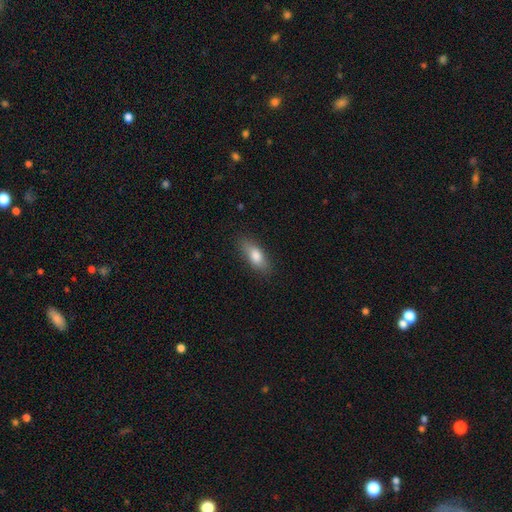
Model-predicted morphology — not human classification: A smooth galaxy with no disk features (78%) that is in between round and cigar-shaped (71%). Merging: none (83%).